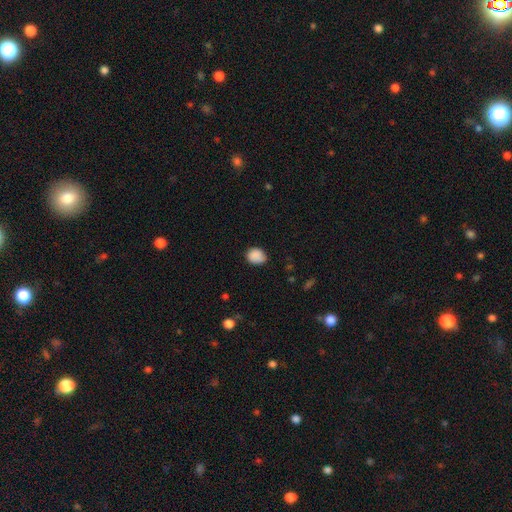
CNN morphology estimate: A smooth galaxy with no disk features (88%) that is round (57%).

Vote fractions:
- Smooth or featured? smooth: 88% / star or artifact: 8% / featured or disk: 4%
- How rounded? round: 57% / in between: 42% / cigar-shaped: 1%
- Merging? none: 74% / minor disturbance: 21% / major disturbance: 3% / merger: 1%